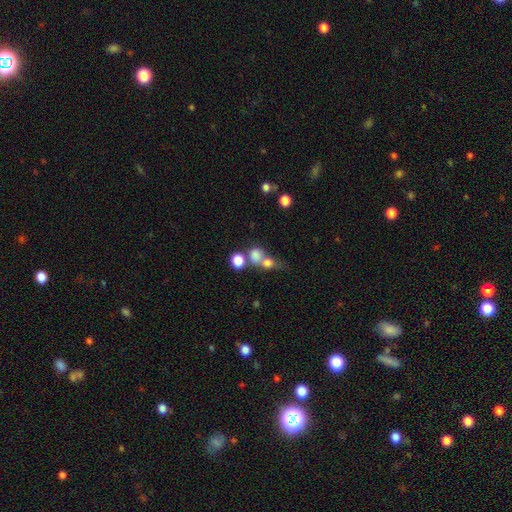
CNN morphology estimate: Smooth or featured?
  - smooth: 75% *
  - star or artifact: 14%
  - featured or disk: 12%
How rounded?
  - round: 70% *
  - in between: 28%
  - cigar-shaped: 2%
Merging?
  - merger: 49% *
  - none: 35%
  - minor disturbance: 9%
  - major disturbance: 7%